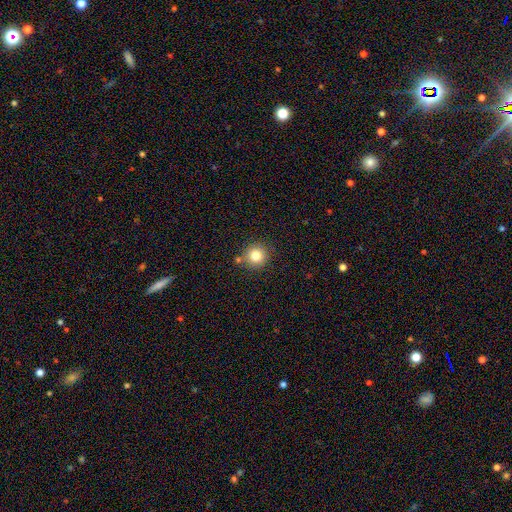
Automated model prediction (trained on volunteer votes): This is clearly a smooth galaxy (81%). How rounded: clearly round (93%). Merging: clearly none (83%).